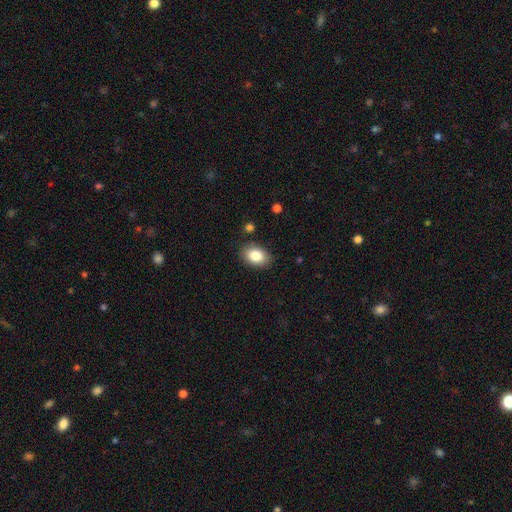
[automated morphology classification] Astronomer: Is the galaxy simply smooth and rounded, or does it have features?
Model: smooth — 84%.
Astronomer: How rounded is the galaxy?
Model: in between — 83%.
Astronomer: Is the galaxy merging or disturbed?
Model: none — 86%.